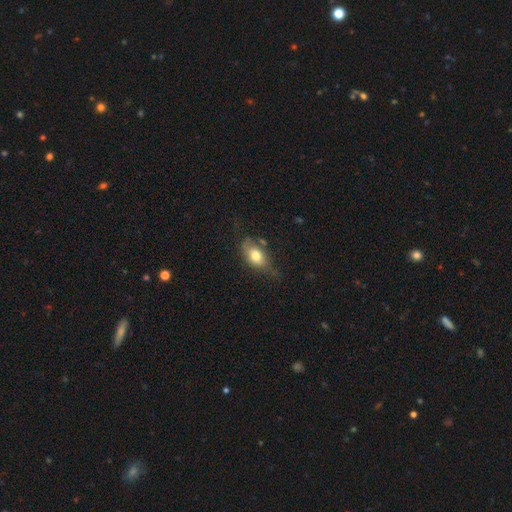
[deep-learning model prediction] smooth_or_featured: smooth (p=0.72) [alt: featured or disk p=0.21]
how_rounded: in between (p=0.84) [alt: round p=0.12]
merging: none (p=0.49) [alt: minor disturbance p=0.33]